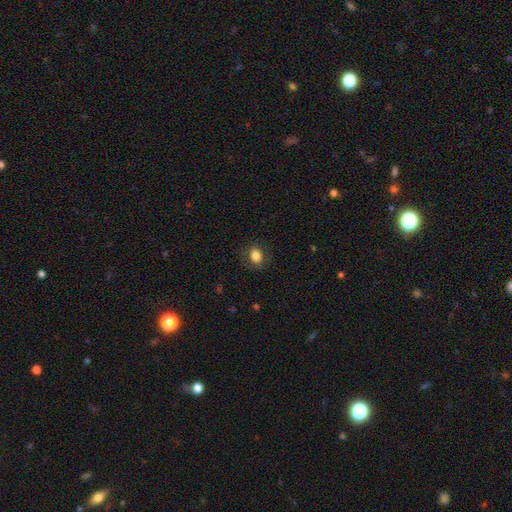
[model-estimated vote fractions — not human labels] Morphology: type=smooth (81%); roundness=in between (68%); merging=none (81%).